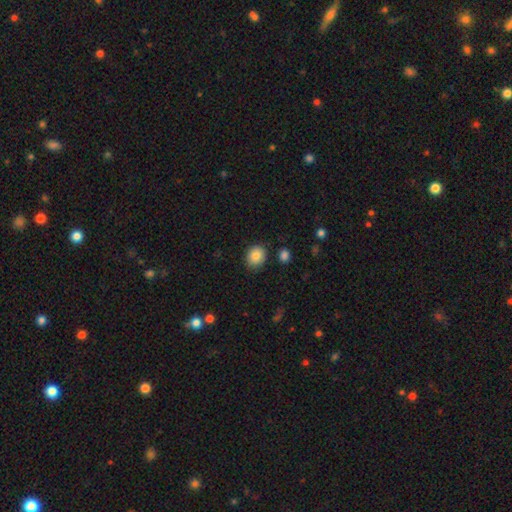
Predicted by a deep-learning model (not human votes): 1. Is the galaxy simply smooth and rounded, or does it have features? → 84% smooth, 9% star or artifact, 6% featured or disk.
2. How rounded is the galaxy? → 72% round, 27% in between, 1% cigar-shaped.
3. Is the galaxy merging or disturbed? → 84% none, 11% minor disturbance, 3% merger, 3% major disturbance.